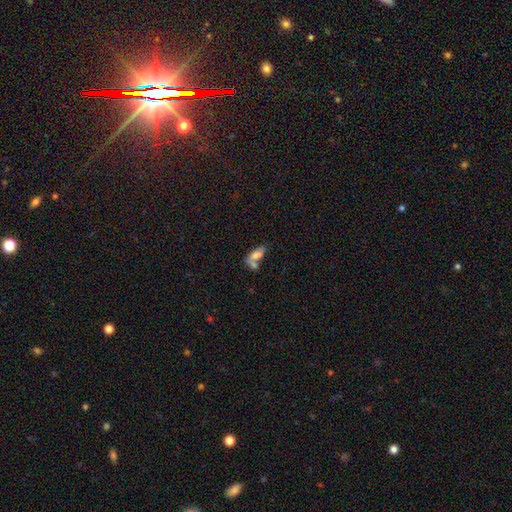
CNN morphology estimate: Smooth or featured: smooth — 66% (featured or disk — 24%)
How rounded: in between — 82% (cigar-shaped — 14%)
Merging: merger — 51% (none — 27%)